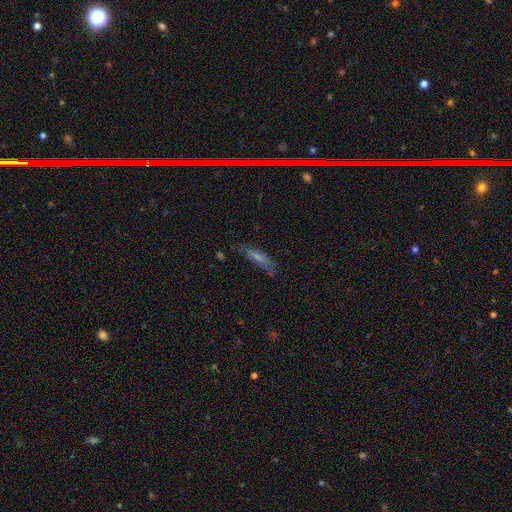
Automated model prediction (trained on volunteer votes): A smooth galaxy with no disk features (41%).

Vote fractions:
- Smooth or featured? smooth: 41% / featured or disk: 36% / star or artifact: 23%
- Merging? none: 58% / minor disturbance: 28% / major disturbance: 11% / merger: 3%